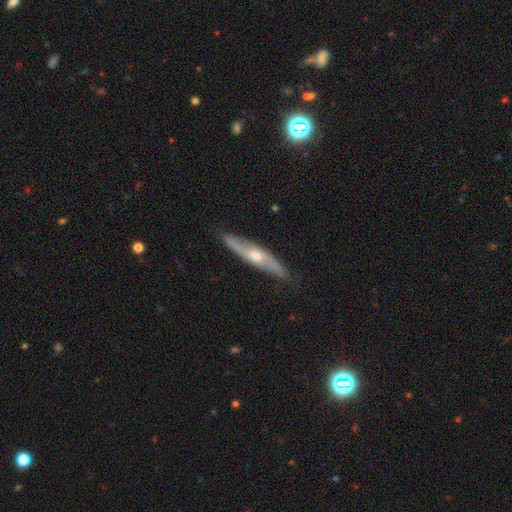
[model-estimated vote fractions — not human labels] This is likely a featured or disk galaxy (61%). It is likely viewed edge-on (66%). Merging: clearly none (83%).